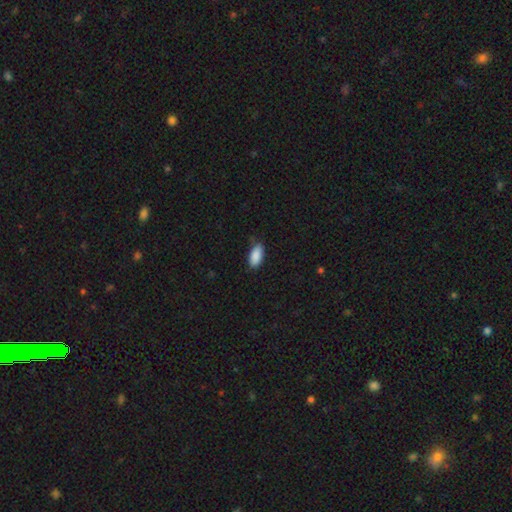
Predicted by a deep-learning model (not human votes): Q: Smooth or featured?
A: smooth (89%); runner-up: star or artifact (7%)
Q: How rounded?
A: in between (91%); runner-up: cigar-shaped (6%)
Q: Merging?
A: none (78%); runner-up: minor disturbance (18%)